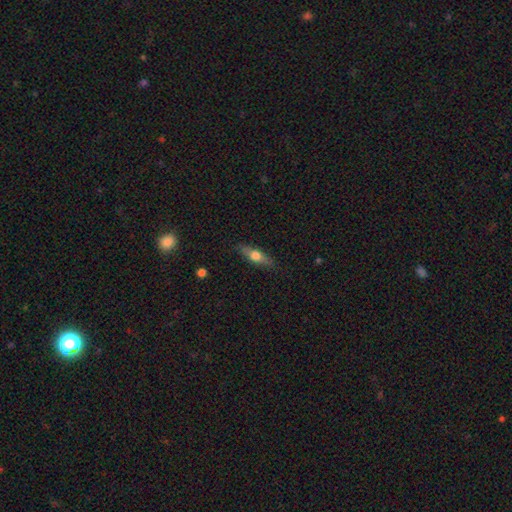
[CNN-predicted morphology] smooth 52%, featured or disk 42%, star or artifact 6%. Down the decision tree: how rounded — cigar-shaped (57%); merging — none (86%).